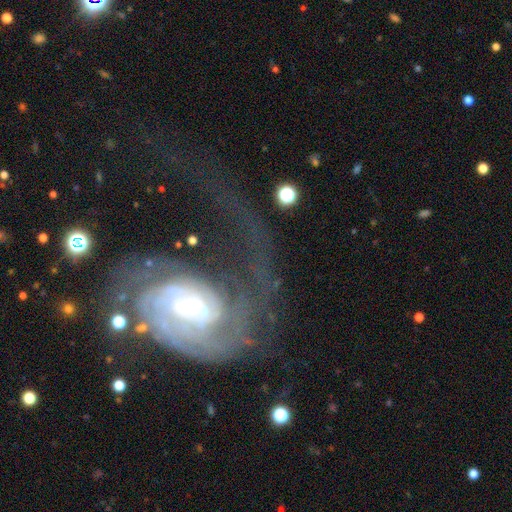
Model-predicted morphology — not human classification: Smooth or featured: featured or disk — 85% (smooth — 8%)
Edge-on disk: no — 97% (yes — 3%)
Bar: no — 43% (weak — 42%)
Spiral arms: yes — 94% (no — 6%)
Spiral winding: tight — 44% (medium — 34%)
Spiral arm count: 2 — 34% (can't tell — 27%)
Bulge size: small — 61% (moderate — 32%)
Merging: major disturbance — 54% (none — 27%)